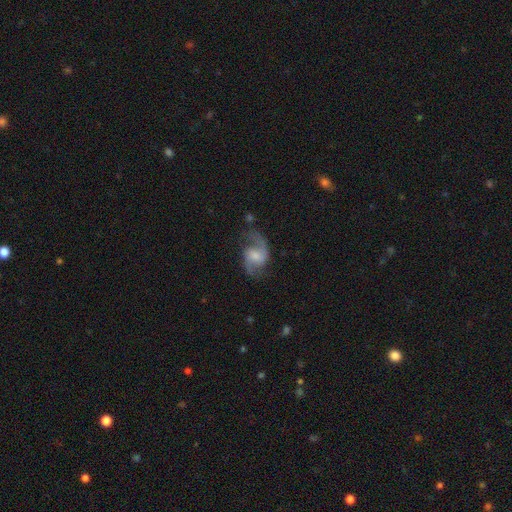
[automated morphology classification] Smooth or featured: featured or disk — 81% (smooth — 13%)
Edge-on disk: no — 98% (yes — 2%)
Bar: weak — 49% (no — 39%)
Spiral arms: yes — 95% (no — 5%)
Spiral winding: loose — 52% (medium — 40%)
Spiral arm count: 2 — 86% (1 — 8%)
Bulge size: moderate — 40% (small — 35%)
Merging: none — 62% (minor disturbance — 19%)